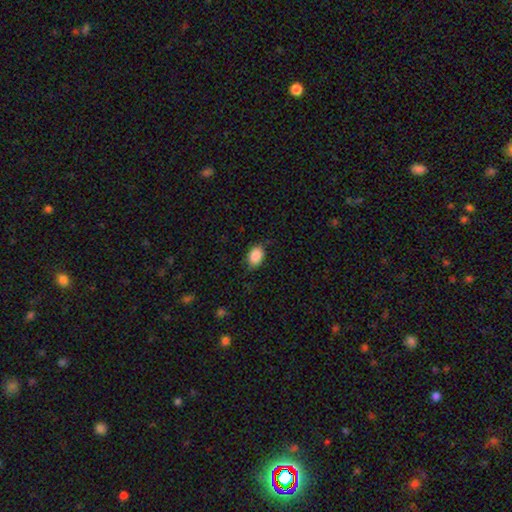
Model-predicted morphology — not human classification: Smooth or featured?
  - smooth: 88% *
  - star or artifact: 7%
  - featured or disk: 5%
How rounded?
  - in between: 78% *
  - round: 21%
  - cigar-shaped: 1%
Merging?
  - none: 76% *
  - minor disturbance: 19%
  - major disturbance: 4%
  - merger: 1%